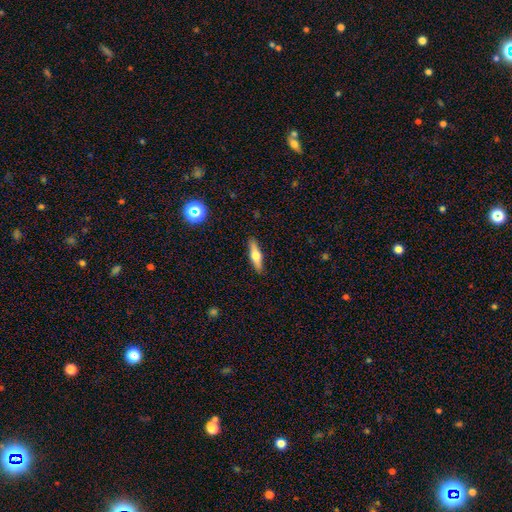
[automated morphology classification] This is possibly a smooth galaxy (48%). Merging: clearly none (89%).